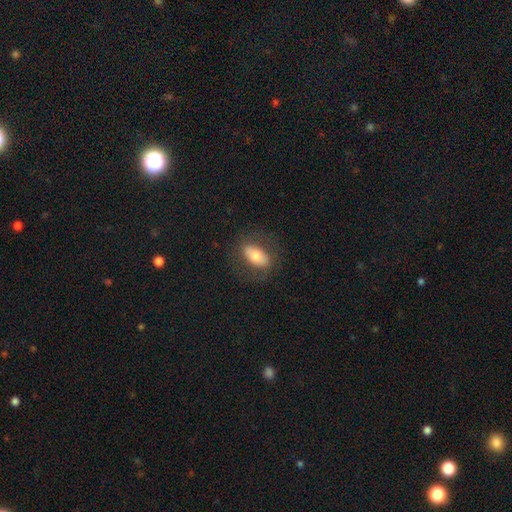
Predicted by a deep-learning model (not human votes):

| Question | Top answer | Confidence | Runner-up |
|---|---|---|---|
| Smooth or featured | smooth | 65% | featured or disk (28%) |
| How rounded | in between | 88% | round (7%) |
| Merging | none | 77% | minor disturbance (14%) |